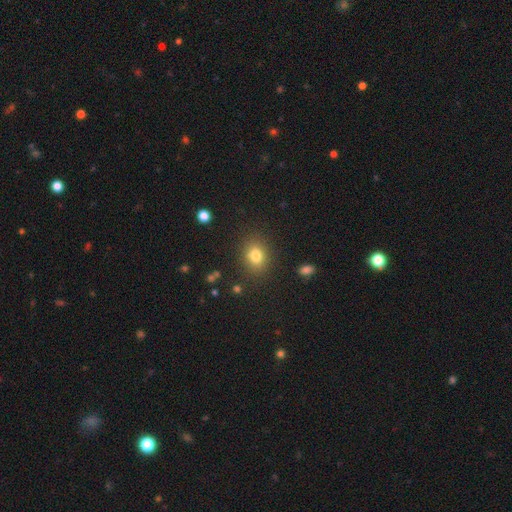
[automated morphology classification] This appears to be a smooth galaxy with no disk features (79%) that is in between round and cigar-shaped (52%). Merging: none (83%).